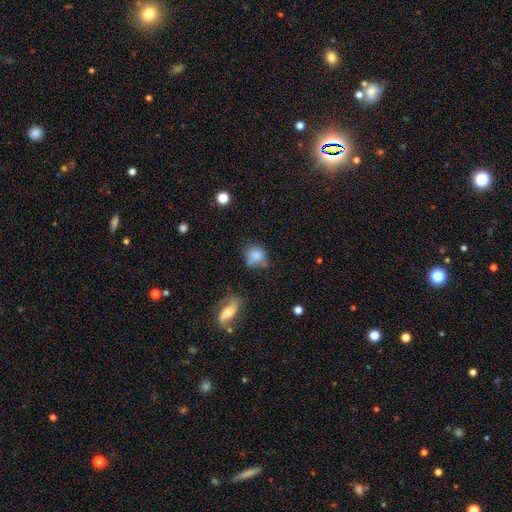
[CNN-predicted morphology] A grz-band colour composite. It shows a smooth galaxy with no disk features (79%) that is round (69%). Merging: none (53%).